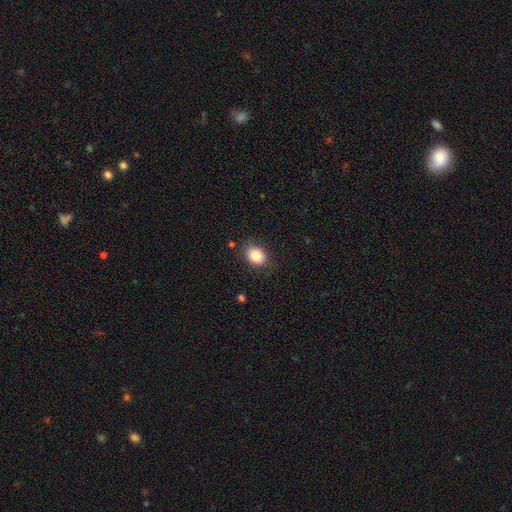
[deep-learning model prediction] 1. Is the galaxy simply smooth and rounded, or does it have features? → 84% smooth, 10% star or artifact, 7% featured or disk.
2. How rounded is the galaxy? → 53% in between, 46% round, 1% cigar-shaped.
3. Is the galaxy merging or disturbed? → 83% none, 13% minor disturbance, 3% major disturbance, 1% merger.